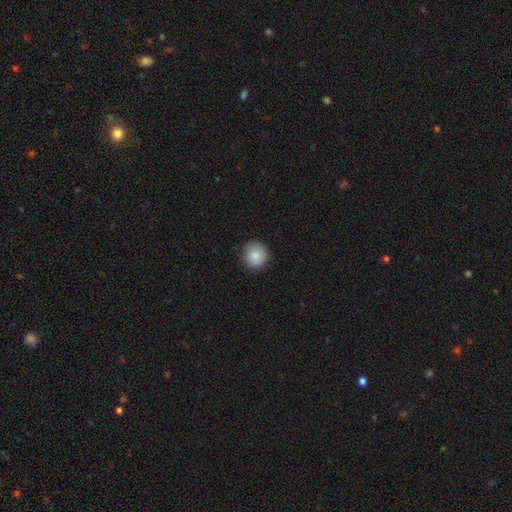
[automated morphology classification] Smooth or featured? smooth (87%)
How rounded? round (93%)
Merging? none (88%)